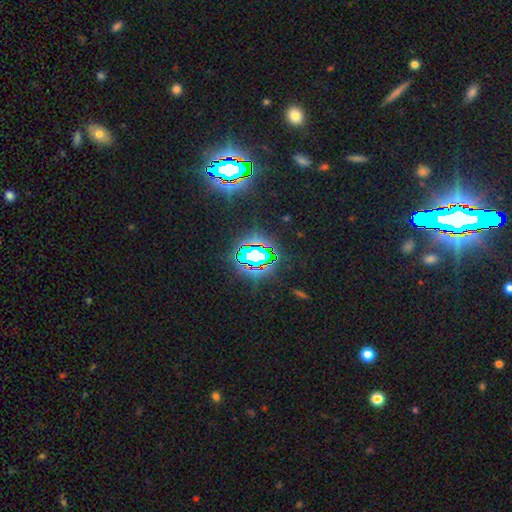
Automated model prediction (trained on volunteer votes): The model was most divided on "smooth or featured": star or artifact: 75%, smooth: 14%, featured or disk: 11%.